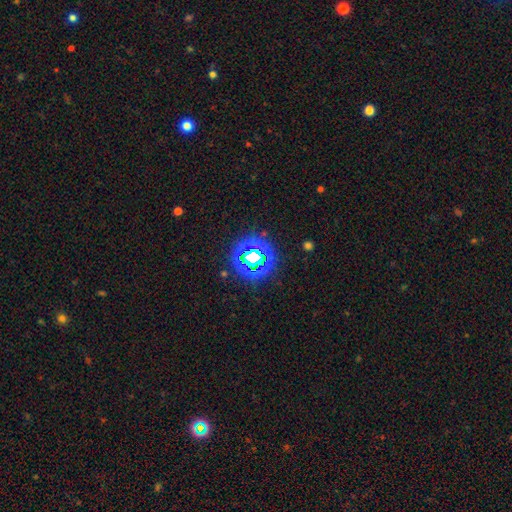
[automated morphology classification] Smooth or featured? star or artifact (72%)